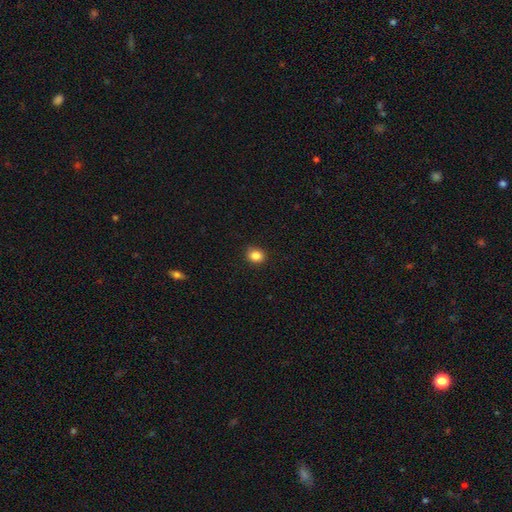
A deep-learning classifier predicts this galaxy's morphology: Smooth or featured? Predicted: smooth (p=0.86). How rounded? Predicted: round (p=0.65). Merging? Predicted: none (p=0.89).